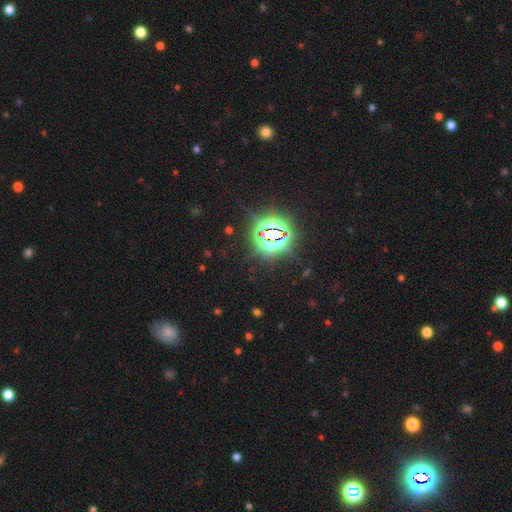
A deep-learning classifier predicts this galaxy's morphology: smooth_or_featured: star or artifact (p=0.82) [alt: smooth p=0.11]